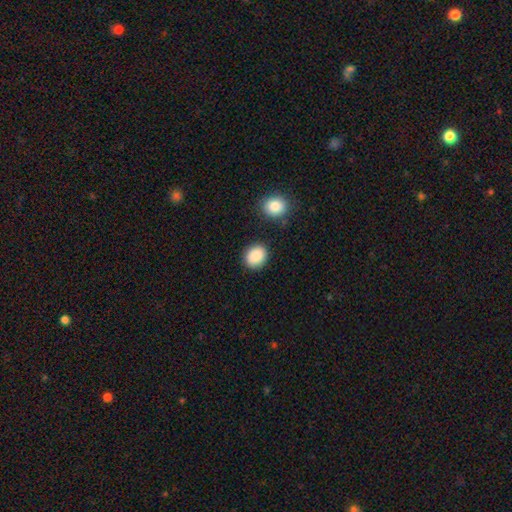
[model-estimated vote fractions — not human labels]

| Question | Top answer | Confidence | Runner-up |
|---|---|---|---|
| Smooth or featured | smooth | 89% | star or artifact (8%) |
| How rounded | round | 67% | in between (32%) |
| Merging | none | 84% | minor disturbance (9%) |